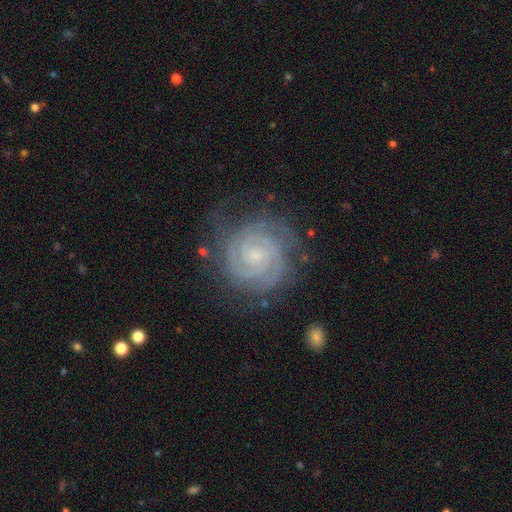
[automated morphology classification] featured or disk 90%, star or artifact 5%, smooth 5%. Down the decision tree: edge-on disk — no (98%); bar — no (65%); spiral arms — yes (98%); spiral arm count — 2 (54%); spiral winding — tight (84%); bulge size — small (75%); merging — none (76%).